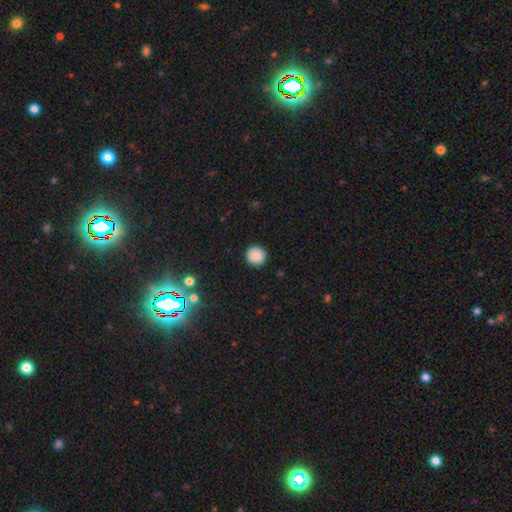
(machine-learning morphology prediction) A smooth galaxy with no disk features (85%) that is round (94%). Merging: none (92%).